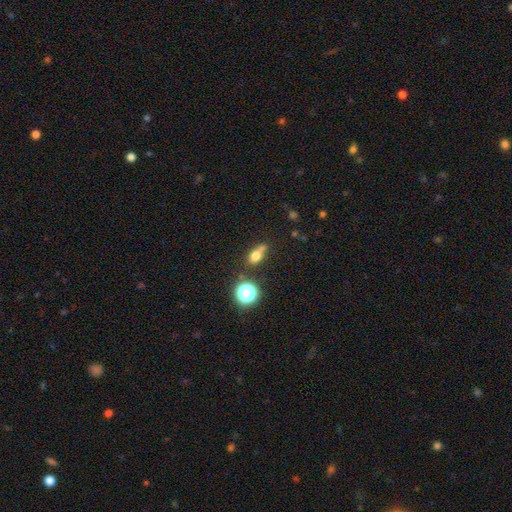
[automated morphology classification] Overall: smooth (72%). How rounded: in between (58%; round 37%). Merging: none (47%; merger 26%).